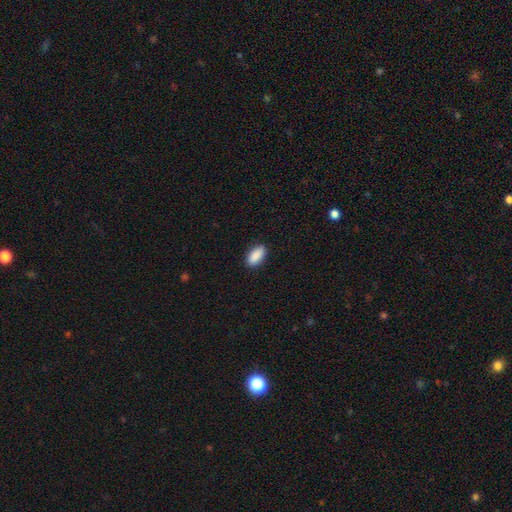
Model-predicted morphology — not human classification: This is clearly a smooth galaxy (90%). How rounded: clearly in between (91%). Merging: clearly none (89%).